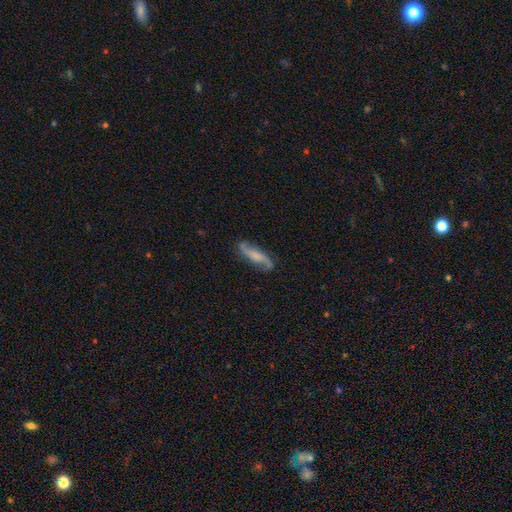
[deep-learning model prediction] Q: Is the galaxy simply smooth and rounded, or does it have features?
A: featured or disk — 69%.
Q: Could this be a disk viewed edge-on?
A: no — 81%.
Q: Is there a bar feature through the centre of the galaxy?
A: no — 52%.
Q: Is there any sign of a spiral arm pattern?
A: yes — 94%.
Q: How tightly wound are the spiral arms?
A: loose — 66%.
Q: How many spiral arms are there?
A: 2 — 91%.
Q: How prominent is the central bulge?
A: small — 31%, tied with moderate.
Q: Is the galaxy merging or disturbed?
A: none — 79%.